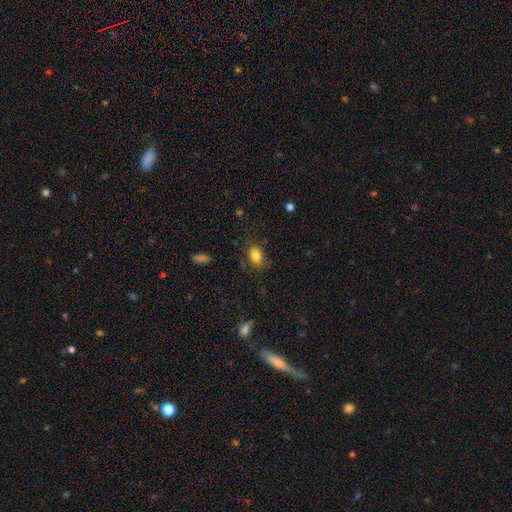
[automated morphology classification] A smooth galaxy with no disk features (84%) that is in between round and cigar-shaped (80%).

Vote fractions:
- Smooth or featured? smooth: 84% / star or artifact: 9% / featured or disk: 6%
- How rounded? in between: 80% / round: 19% / cigar-shaped: 1%
- Merging? none: 80% / minor disturbance: 14% / major disturbance: 4% / merger: 2%